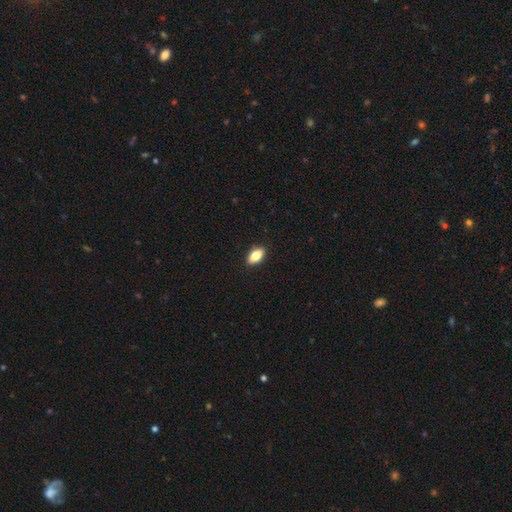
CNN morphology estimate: This is clearly a smooth galaxy (82%). How rounded: clearly in between (90%). Merging: clearly none (90%).